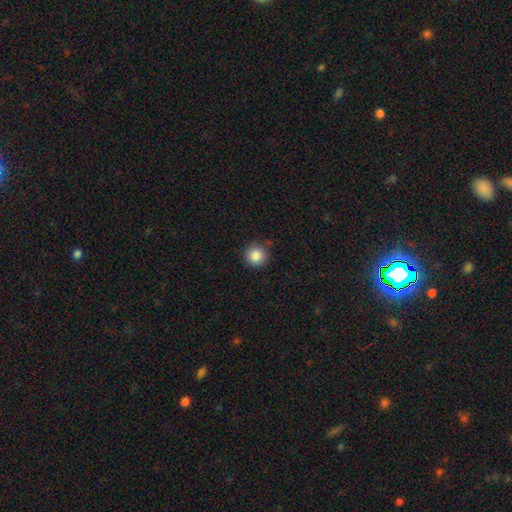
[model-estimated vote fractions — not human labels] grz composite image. It shows a smooth galaxy with no disk features (87%) that is round (95%). Merging: none (86%).